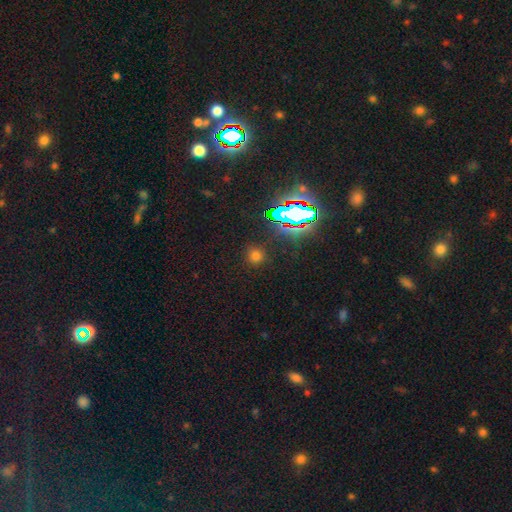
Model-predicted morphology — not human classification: Smooth or featured? Predicted: smooth (p=0.64). How rounded? Predicted: round (p=0.90). Merging? Predicted: none (p=0.88).